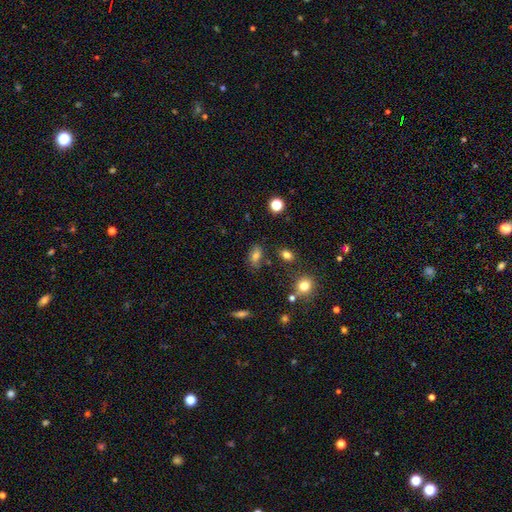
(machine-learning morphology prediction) Overall: smooth (73%). How rounded: in between (84%). Merging: none (75%).